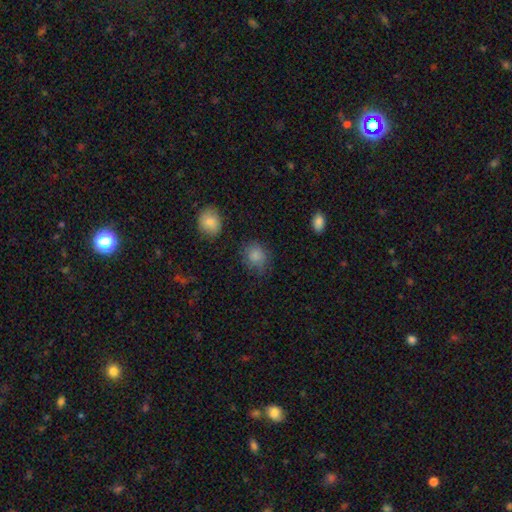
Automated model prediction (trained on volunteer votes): Smooth or featured? Predicted: smooth (p=0.85). How rounded? Predicted: round (p=0.75). Merging? Predicted: none (p=0.74).